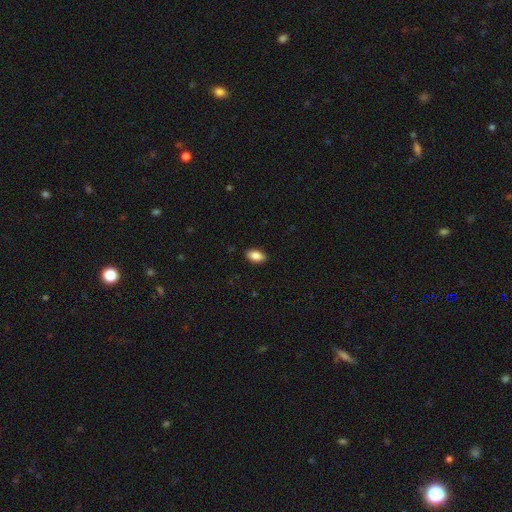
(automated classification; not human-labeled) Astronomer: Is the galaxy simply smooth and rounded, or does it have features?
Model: smooth — 87%.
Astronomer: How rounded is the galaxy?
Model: in between — 92%.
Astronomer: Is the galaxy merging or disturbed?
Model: none — 89%.